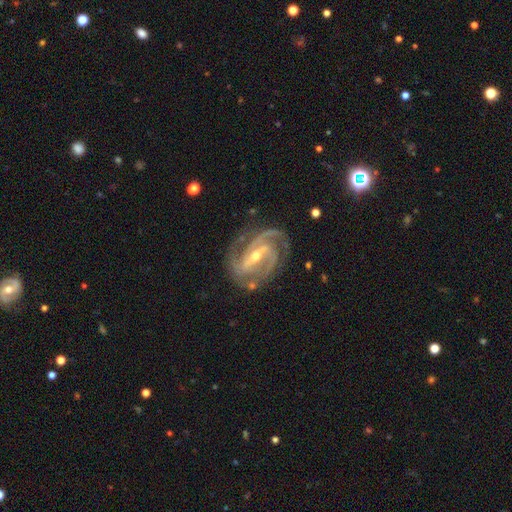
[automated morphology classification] Overall: featured or disk (93%). Edge-on disk: no (97%). Bar: strong (57%; weak 32%). Spiral arms: yes (98%). Spiral arm count: 3 (50%; 2 27%). Spiral winding: tight (50%; medium 44%). Bulge size: small (53%; moderate 45%). Merging: none (73%).